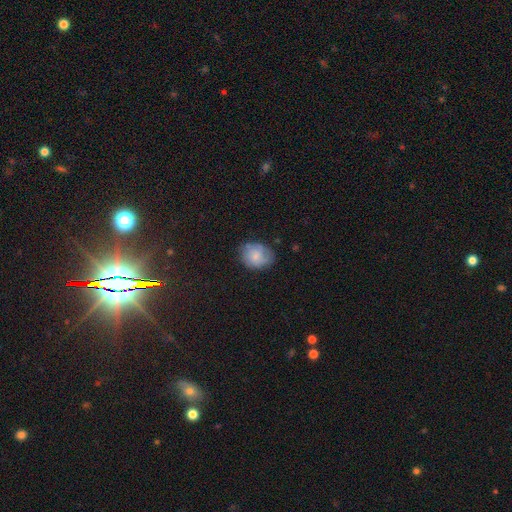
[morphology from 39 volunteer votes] A smooth galaxy with no disk features (59%) that is round (52%).

Vote fractions:
- Smooth or featured? smooth: 59% / featured or disk: 31% / star or artifact: 10%
- How rounded? round: 52% / in between: 48% / cigar-shaped: 0%
- Merging? none: 54% / minor disturbance: 26% / merger: 11% / major disturbance: 9%